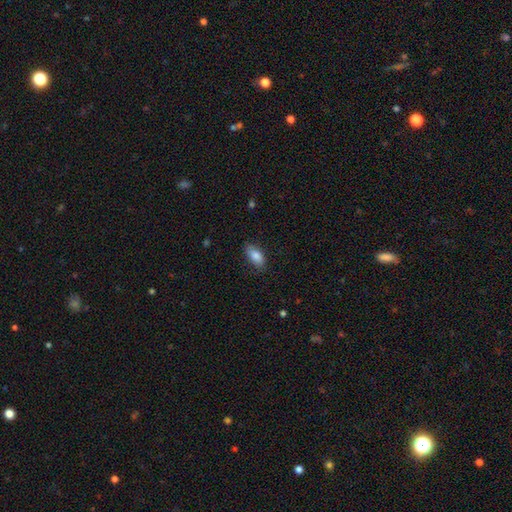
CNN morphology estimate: Smooth or featured? smooth (85%)
How rounded? in between (90%)
Merging? none (80%)